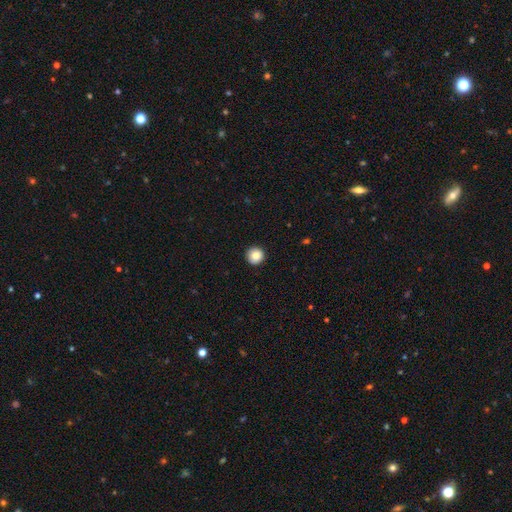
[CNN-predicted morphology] Q: Smooth or featured?
A: smooth (87%); runner-up: star or artifact (9%)
Q: How rounded?
A: round (96%); runner-up: in between (3%)
Q: Merging?
A: none (92%); runner-up: minor disturbance (5%)